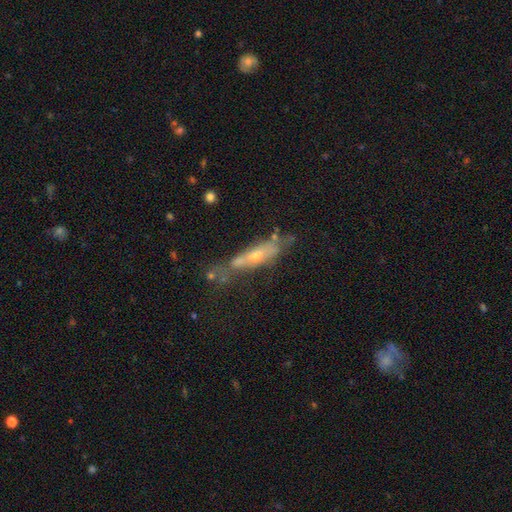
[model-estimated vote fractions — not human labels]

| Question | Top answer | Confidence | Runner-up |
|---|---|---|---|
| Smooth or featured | featured or disk | 53% | smooth (36%) |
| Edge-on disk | no | 51% | yes (49%) |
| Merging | none | 45% | minor disturbance (25%) |